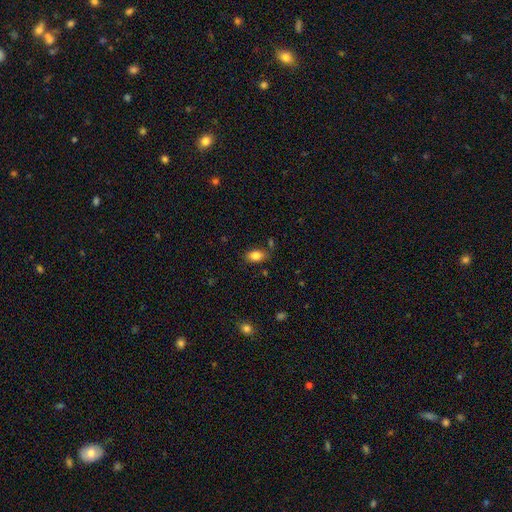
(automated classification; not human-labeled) Smooth or featured: smooth — 84% (star or artifact — 9%)
How rounded: in between — 87% (round — 11%)
Merging: none — 78% (minor disturbance — 15%)